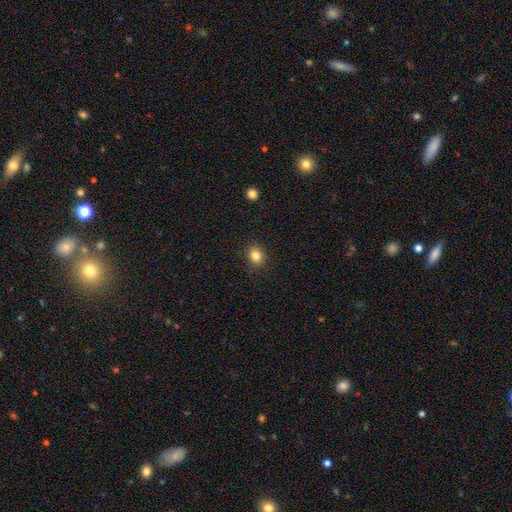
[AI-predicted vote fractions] smooth 84%, star or artifact 11%, featured or disk 5%. Down the decision tree: how rounded — round (65%); merging — none (89%).